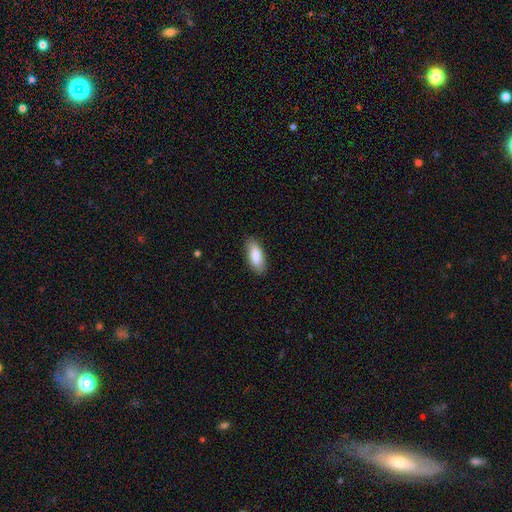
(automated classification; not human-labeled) Overall: smooth (87%). How rounded: in between (82%). Merging: none (86%).